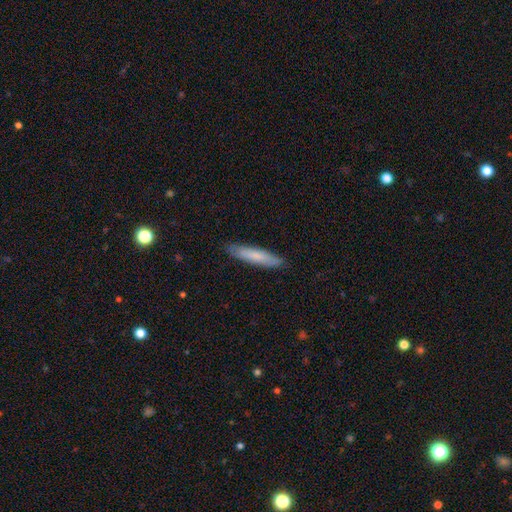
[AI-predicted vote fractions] This appears to be a smooth galaxy with no disk features (74%) that is cigar-shaped (89%). Merging: none (88%).